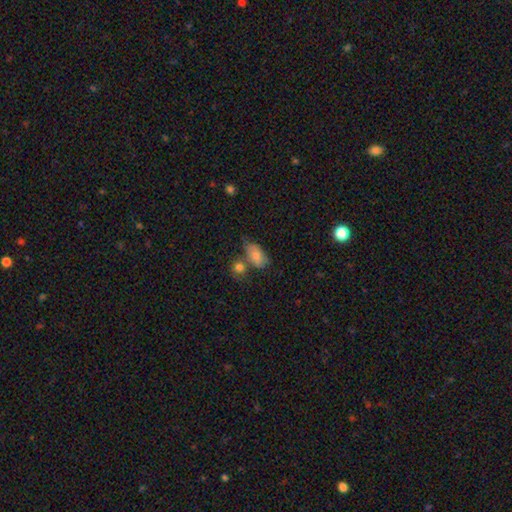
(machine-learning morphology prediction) smooth_or_featured: smooth (p=0.78) [alt: featured or disk p=0.14]
how_rounded: in between (p=0.88) [alt: round p=0.09]
merging: none (p=0.37) [alt: merger p=0.27]